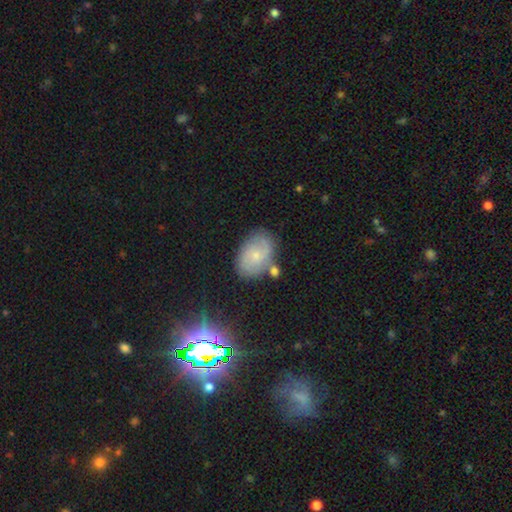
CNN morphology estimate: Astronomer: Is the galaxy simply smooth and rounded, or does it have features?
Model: featured or disk — 52% (runner-up: smooth, 37%).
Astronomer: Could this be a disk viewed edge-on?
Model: no — 96%.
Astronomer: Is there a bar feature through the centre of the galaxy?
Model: no — 72%.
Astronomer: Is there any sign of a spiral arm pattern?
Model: yes — 82%.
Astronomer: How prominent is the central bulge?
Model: small — 75%.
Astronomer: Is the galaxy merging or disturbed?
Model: none — 68%.